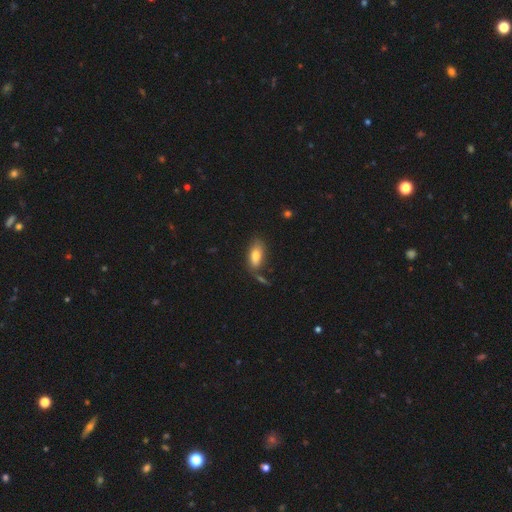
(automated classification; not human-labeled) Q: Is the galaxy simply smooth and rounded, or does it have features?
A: smooth — 78%.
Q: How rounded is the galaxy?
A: in between — 87%.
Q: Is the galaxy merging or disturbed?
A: none — 65%.